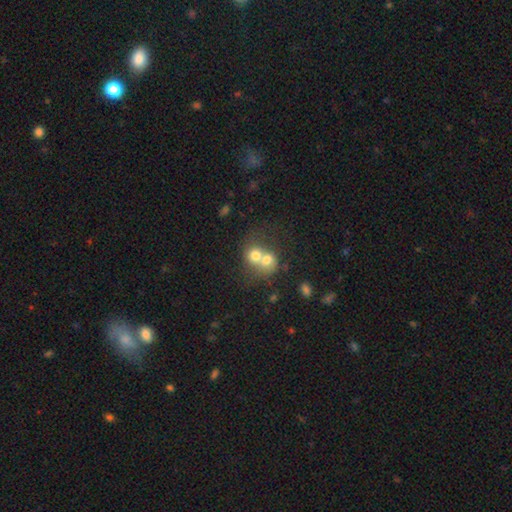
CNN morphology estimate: Smooth or featured?
  - smooth: 66% *
  - featured or disk: 24%
  - star or artifact: 10%
How rounded?
  - round: 68% *
  - in between: 31%
  - cigar-shaped: 1%
Merging?
  - merger: 74% *
  - none: 17%
  - minor disturbance: 5%
  - major disturbance: 4%